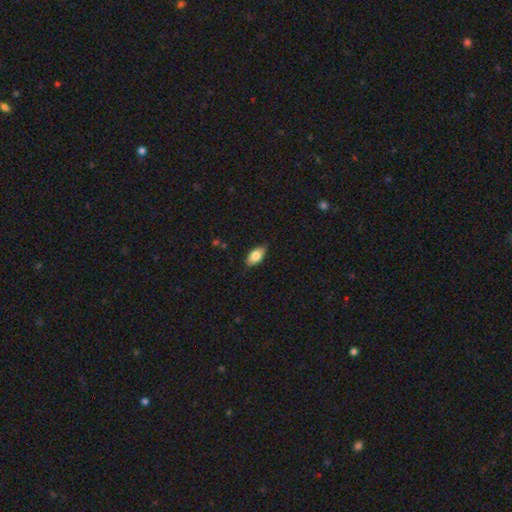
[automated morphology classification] Q: Smooth or featured?
A: smooth (79%); runner-up: featured or disk (14%)
Q: How rounded?
A: in between (91%); runner-up: cigar-shaped (5%)
Q: Merging?
A: none (82%); runner-up: minor disturbance (14%)